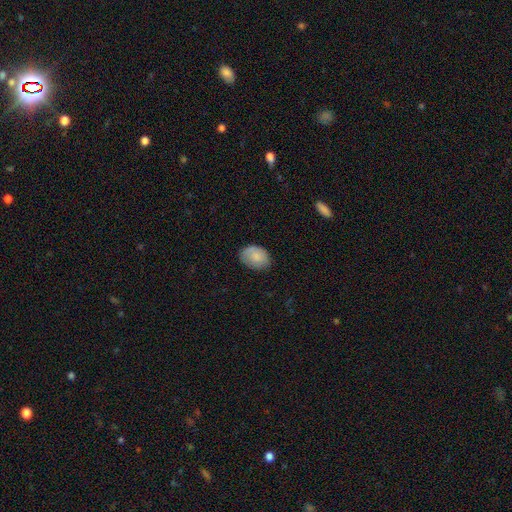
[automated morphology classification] Overall: smooth (83%). How rounded: in between (77%). Merging: none (74%).